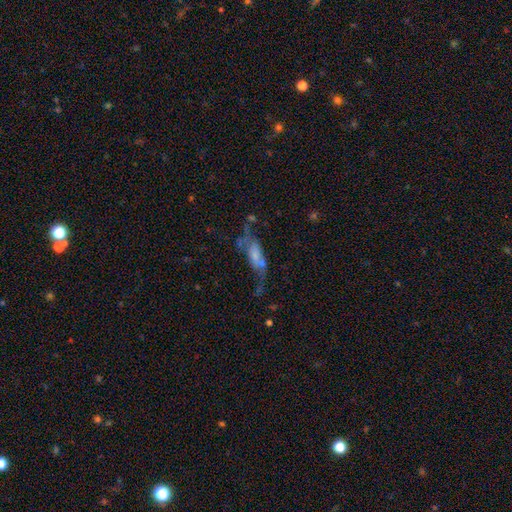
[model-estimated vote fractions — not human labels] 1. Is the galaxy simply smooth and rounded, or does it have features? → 48% featured or disk, 40% smooth, 12% star or artifact.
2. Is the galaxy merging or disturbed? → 35% major disturbance, 28% none, 20% minor disturbance, 17% merger.